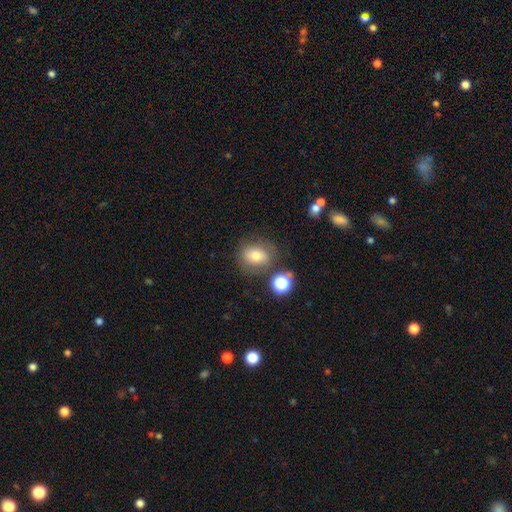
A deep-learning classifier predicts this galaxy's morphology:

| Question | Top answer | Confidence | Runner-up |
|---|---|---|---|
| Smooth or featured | smooth | 70% | featured or disk (16%) |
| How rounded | round | 60% | in between (39%) |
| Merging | none | 71% | minor disturbance (15%) |